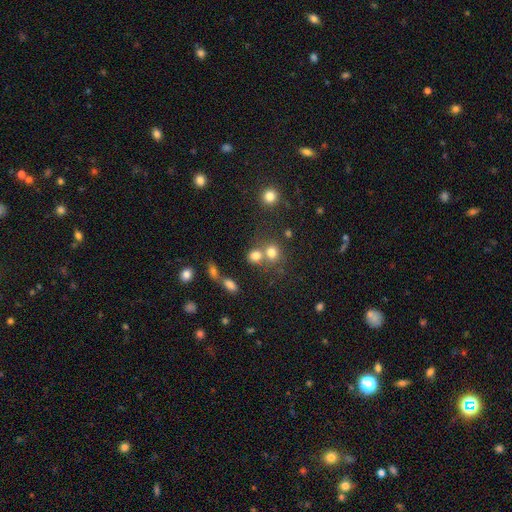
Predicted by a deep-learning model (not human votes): The model was most divided on "merging": none: 46%, merger: 41%, minor disturbance: 8%, major disturbance: 5%. More confident: smooth or featured — smooth (75%); how rounded — round (74%).